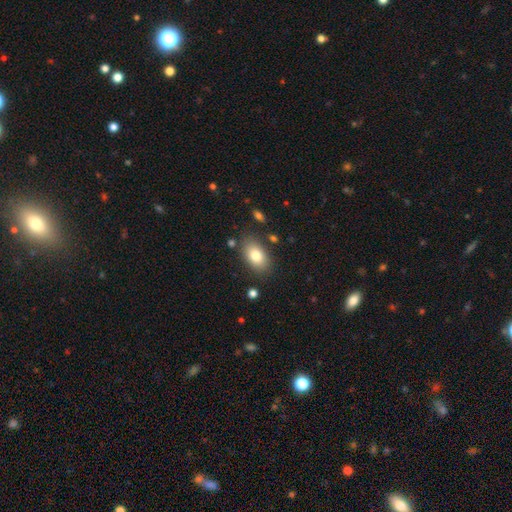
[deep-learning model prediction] A smooth galaxy with no disk features (80%) that is in between round and cigar-shaped (90%).

Vote fractions:
- Smooth or featured? smooth: 80% / featured or disk: 12% / star or artifact: 8%
- How rounded? in between: 90% / round: 8% / cigar-shaped: 2%
- Merging? none: 81% / minor disturbance: 12% / major disturbance: 3% / merger: 3%